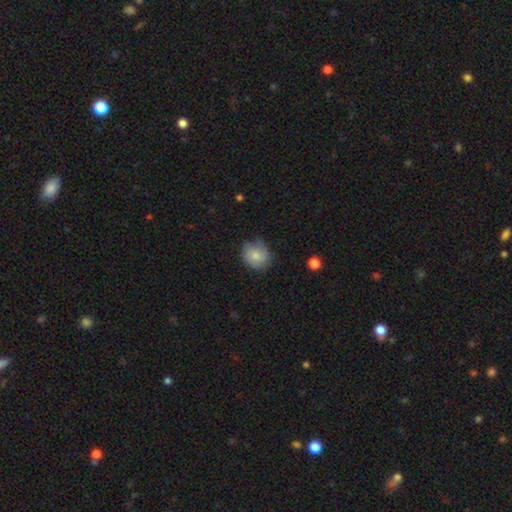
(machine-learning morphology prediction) smooth_or_featured: smooth (p=0.79) [alt: featured or disk p=0.13]
how_rounded: round (p=0.76) [alt: in between p=0.23]
merging: none (p=0.64) [alt: minor disturbance p=0.28]